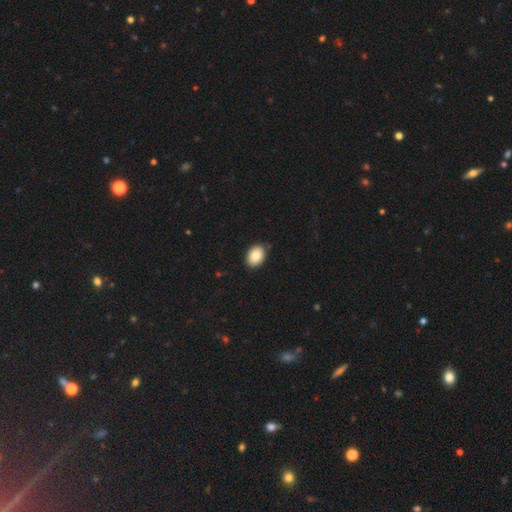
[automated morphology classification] A smooth galaxy with no disk features (86%) that is in between round and cigar-shaped (79%). Merging: none (87%).